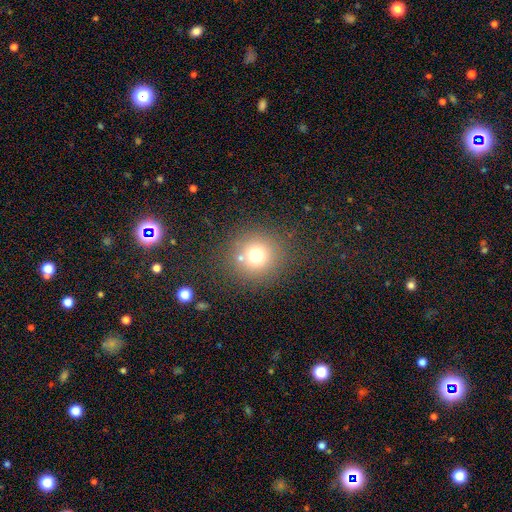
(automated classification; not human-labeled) Smooth or featured? Predicted: smooth (p=0.71). How rounded? Predicted: round (p=0.92). Merging? Predicted: none (p=0.80).